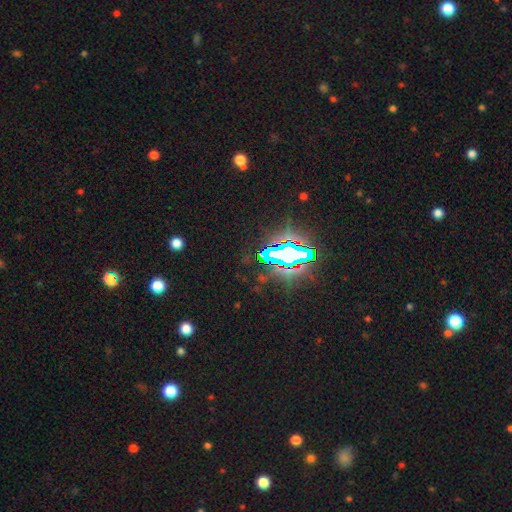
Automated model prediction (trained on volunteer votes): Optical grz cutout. It shows a star or artifact, not a galaxy (81%).